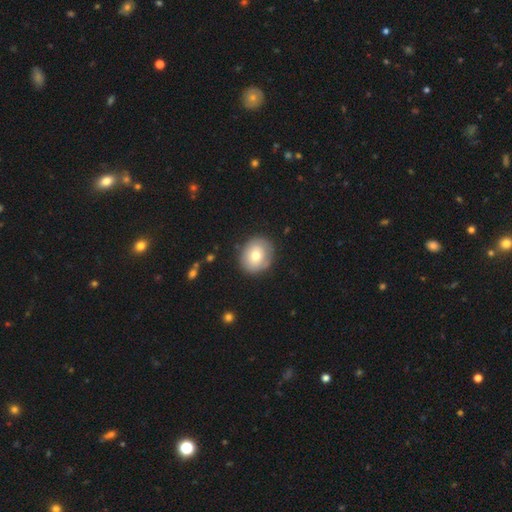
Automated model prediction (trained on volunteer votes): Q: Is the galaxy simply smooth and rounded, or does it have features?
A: smooth — 71%.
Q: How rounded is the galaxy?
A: round — 69%.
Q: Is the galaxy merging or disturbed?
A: none — 84%.